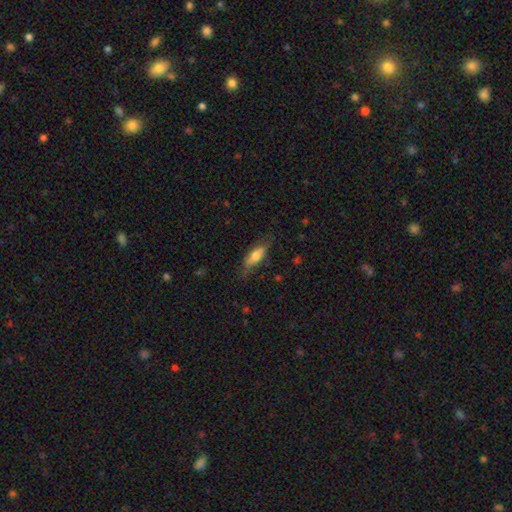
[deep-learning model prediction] Smooth or featured: smooth — 61% (featured or disk — 33%)
How rounded: in between — 52% (cigar-shaped — 46%)
Merging: none — 70% (minor disturbance — 22%)